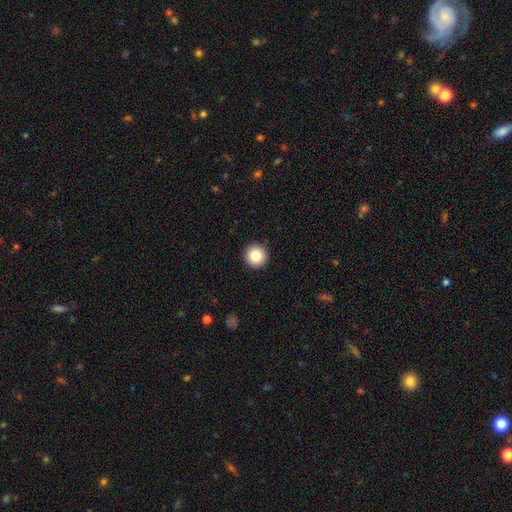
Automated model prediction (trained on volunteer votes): Overall: smooth (85%). How rounded: round (96%). Merging: none (94%).